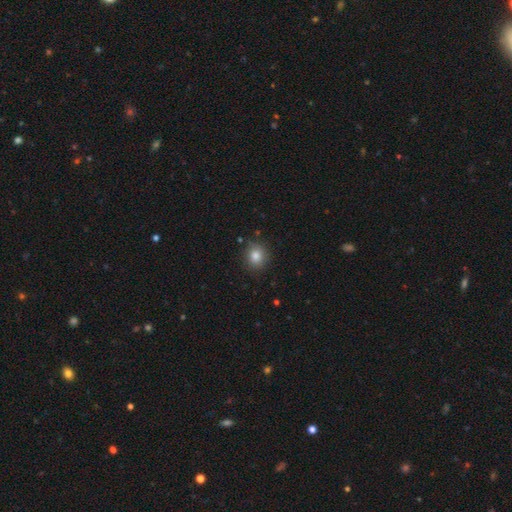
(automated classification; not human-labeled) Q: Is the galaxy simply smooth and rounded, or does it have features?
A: smooth — 83%.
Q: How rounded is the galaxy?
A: round — 78%.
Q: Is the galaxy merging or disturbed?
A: none — 84%.